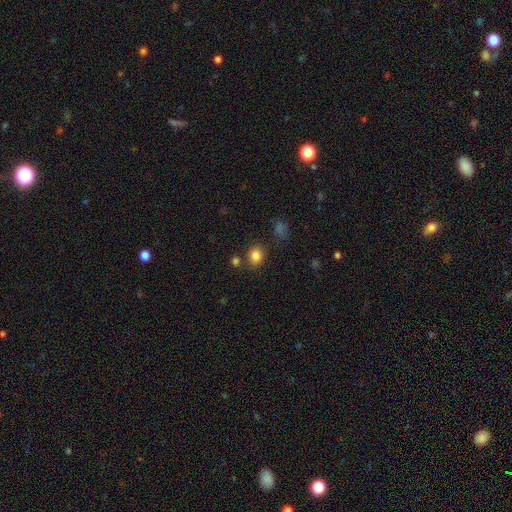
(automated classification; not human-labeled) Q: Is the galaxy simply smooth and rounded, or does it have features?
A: smooth — 83%.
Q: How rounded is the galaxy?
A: round — 66%.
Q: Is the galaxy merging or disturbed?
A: none — 78%.